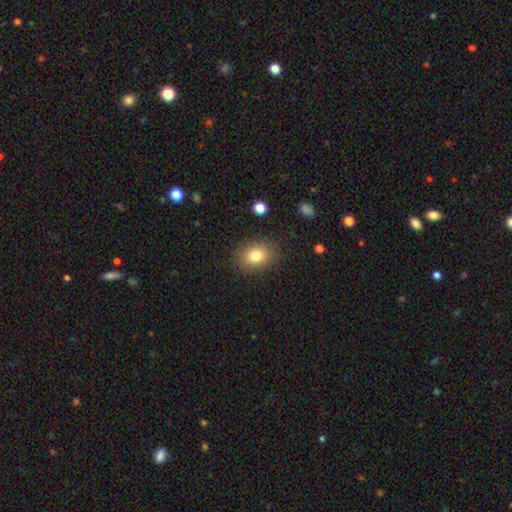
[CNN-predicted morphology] Smooth or featured: smooth — 81% (star or artifact — 10%)
How rounded: in between — 61% (round — 37%)
Merging: none — 85% (minor disturbance — 11%)